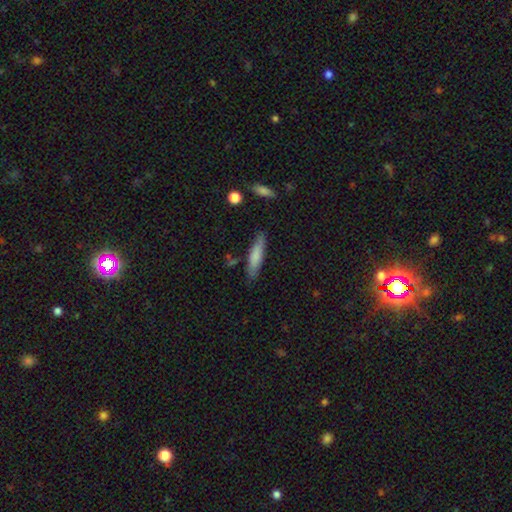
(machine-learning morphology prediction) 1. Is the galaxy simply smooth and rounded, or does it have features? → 77% smooth, 17% featured or disk, 6% star or artifact.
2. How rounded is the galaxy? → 80% cigar-shaped, 19% in between, 1% round.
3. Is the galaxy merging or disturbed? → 82% none, 13% minor disturbance, 3% major disturbance, 2% merger.